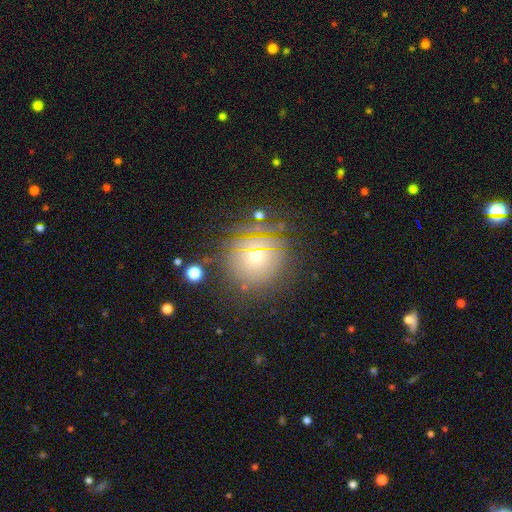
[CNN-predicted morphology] The model was most divided on "smooth or featured": smooth: 50%, star or artifact: 29%, featured or disk: 21%. More confident: how rounded — round (87%); merging — none (80%).